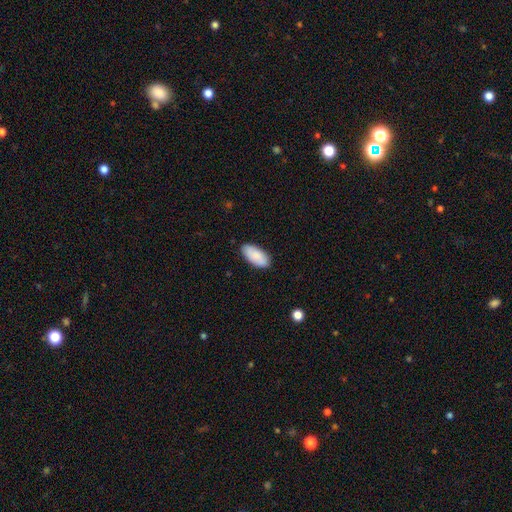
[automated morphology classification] smooth-or-featured: smooth: 88% | featured or disk: 6% | star or artifact: 6%
  how-rounded: in between: 91% | cigar-shaped: 7% | round: 2%
  merging: none: 87% | minor disturbance: 10% | major disturbance: 2% | merger: 1%